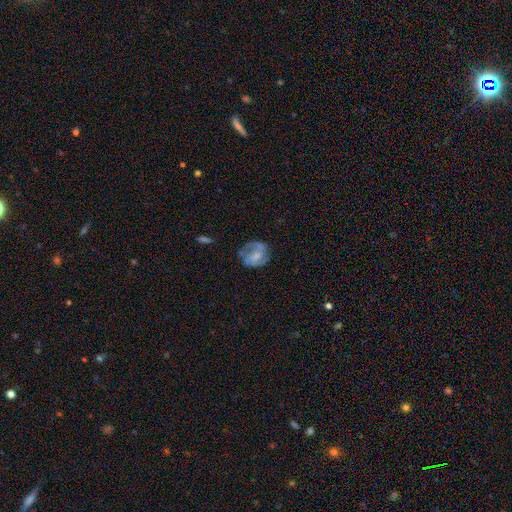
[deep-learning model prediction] Smooth or featured? Predicted: featured or disk (p=0.55). Edge-on disk? Predicted: no (p=0.97). Bar? Predicted: no (p=0.64). Spiral arms? Predicted: yes (p=0.65). Bulge size? Predicted: moderate (p=0.34). Merging? Predicted: none (p=0.56).